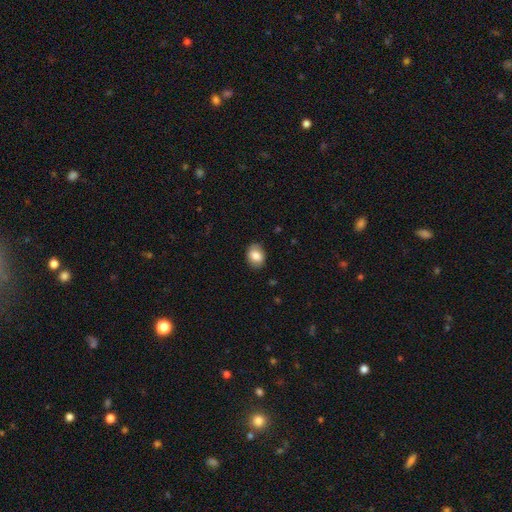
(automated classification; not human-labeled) Morphology: type=smooth (83%); roundness=in between (65%); merging=none (84%).